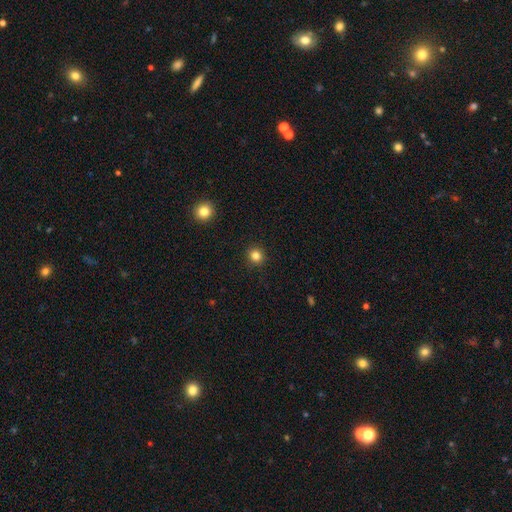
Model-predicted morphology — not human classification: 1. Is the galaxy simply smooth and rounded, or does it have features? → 82% smooth, 13% star or artifact, 5% featured or disk.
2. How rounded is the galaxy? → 91% round, 8% in between, 1% cigar-shaped.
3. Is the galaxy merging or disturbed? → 92% none, 5% minor disturbance, 2% major disturbance, 1% merger.